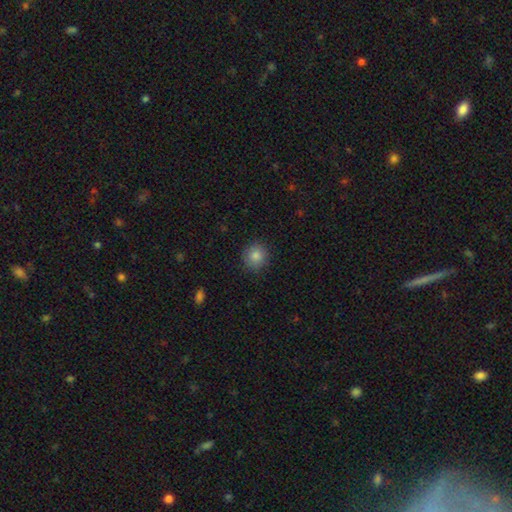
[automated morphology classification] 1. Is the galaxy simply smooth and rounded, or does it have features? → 83% smooth, 10% star or artifact, 6% featured or disk.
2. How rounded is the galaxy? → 89% round, 10% in between, 1% cigar-shaped.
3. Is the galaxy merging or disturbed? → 89% none, 8% minor disturbance, 2% major disturbance, 1% merger.